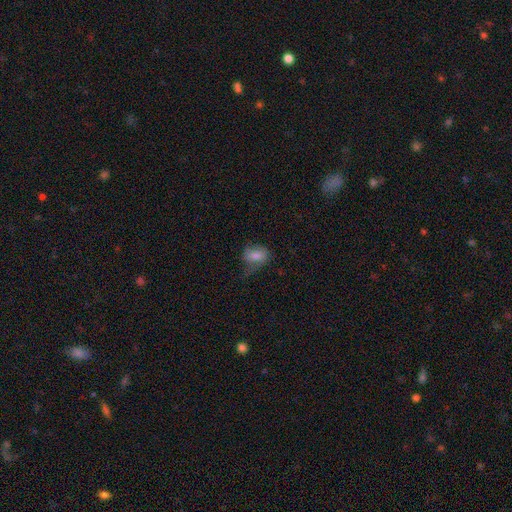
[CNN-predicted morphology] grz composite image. It shows a smooth galaxy with no disk features (71%) that is in between round and cigar-shaped (75%). Merging: none (40%).